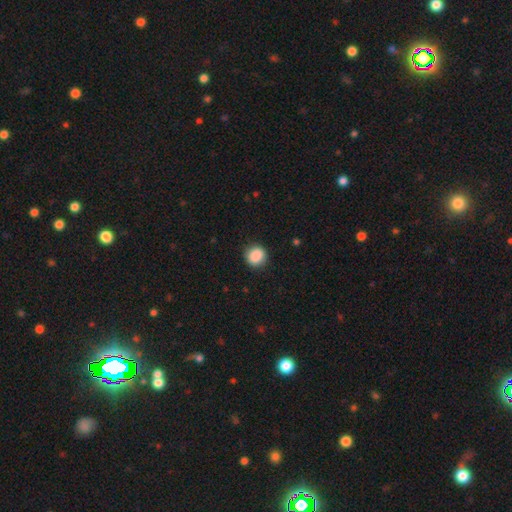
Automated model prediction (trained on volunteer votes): A smooth galaxy with no disk features (88%) that is round (85%). Merging: none (89%).